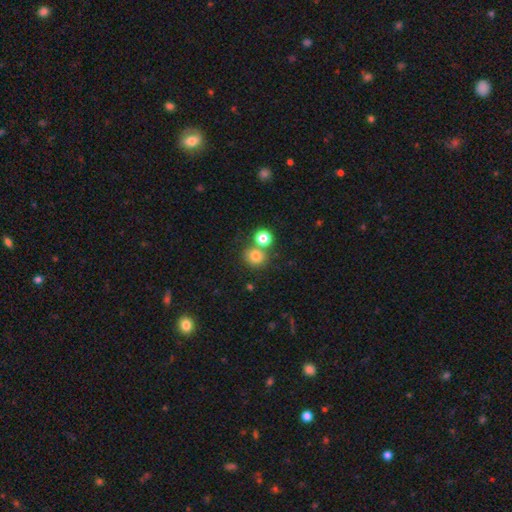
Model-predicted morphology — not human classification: This appears to be a smooth galaxy with no disk features (79%) that is round (85%). Merging: none (62%).